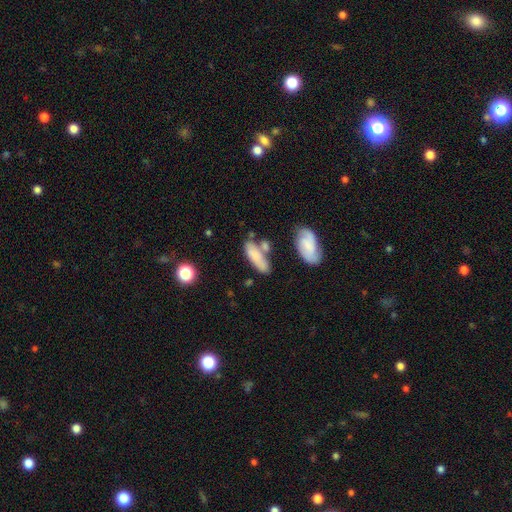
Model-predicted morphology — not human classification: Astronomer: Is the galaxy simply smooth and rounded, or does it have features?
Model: smooth — 72%.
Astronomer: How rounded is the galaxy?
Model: in between — 62%.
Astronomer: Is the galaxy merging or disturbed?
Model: none — 45% (runner-up: merger, 25%).